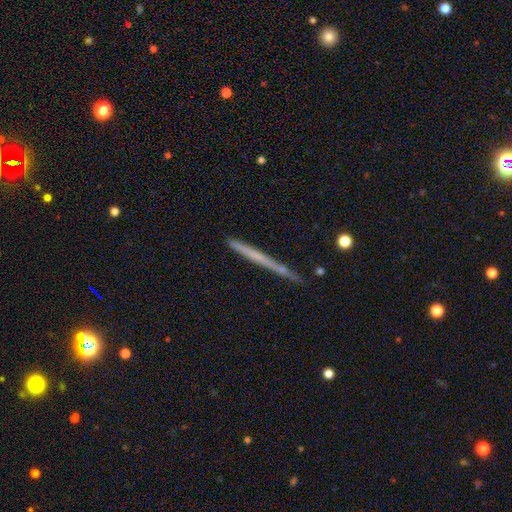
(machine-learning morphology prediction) Overall: smooth (47%; featured or disk 46%). Merging: none (83%).